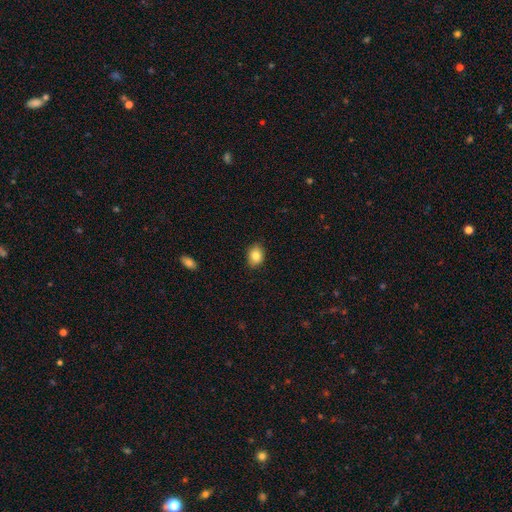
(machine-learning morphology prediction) type=smooth (85%); roundness=in between (64%); merging=none (86%).